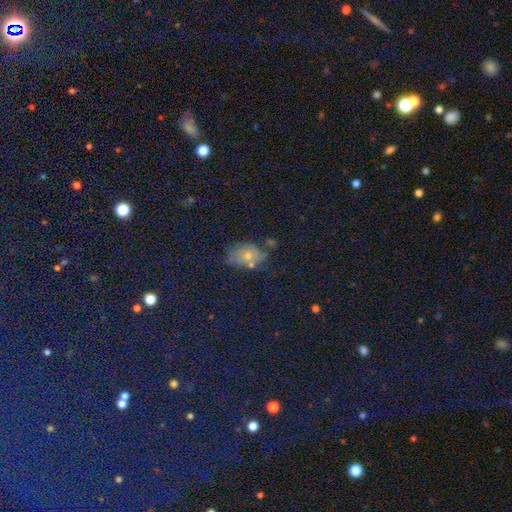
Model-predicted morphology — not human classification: A star or artifact, not a galaxy (46%).

Vote fractions:
- Smooth or featured? star or artifact: 46% / smooth: 41% / featured or disk: 12%